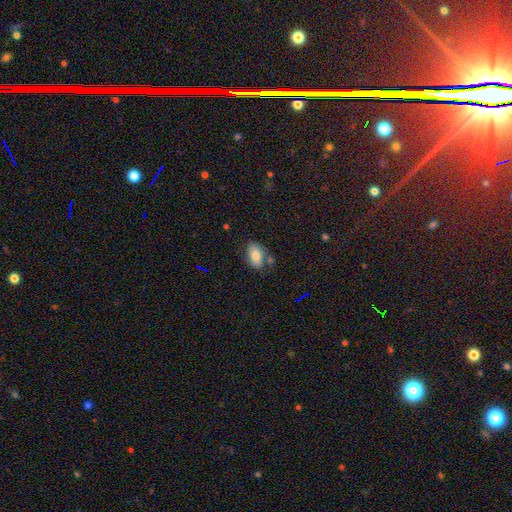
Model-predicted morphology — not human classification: Smooth or featured: smooth — 75% (featured or disk — 16%)
How rounded: in between — 91% (round — 6%)
Merging: none — 70% (minor disturbance — 17%)